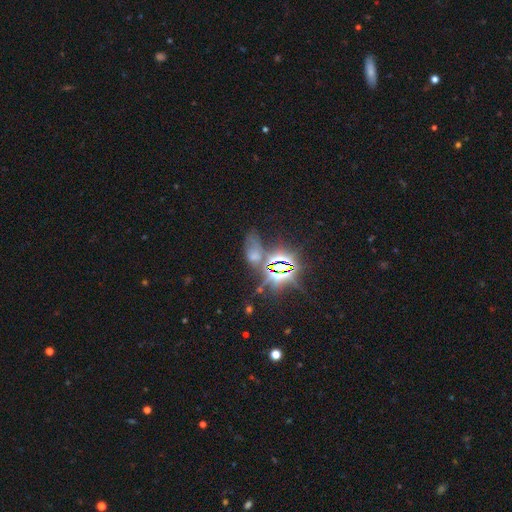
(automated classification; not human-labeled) smooth-or-featured: star or artifact: 55% | smooth: 31% | featured or disk: 14%